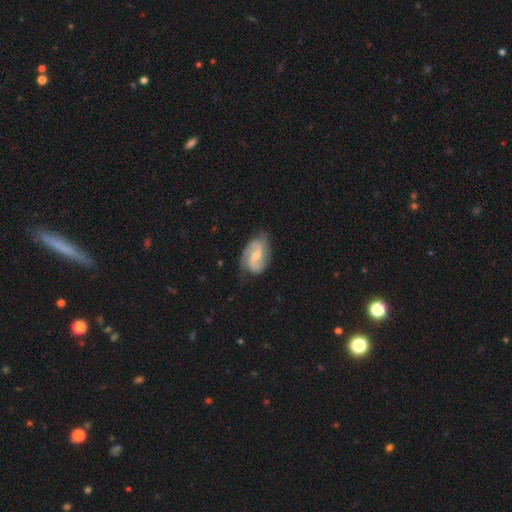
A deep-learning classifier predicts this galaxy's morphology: Smooth or featured? featured or disk (81%)
Edge-on disk? no (97%)
Bar? weak (48%)
Spiral arms? yes (95%)
Spiral winding? medium (49%)
Spiral arm count? 2 (83%)
Bulge size? moderate (48%)
Merging? none (70%)